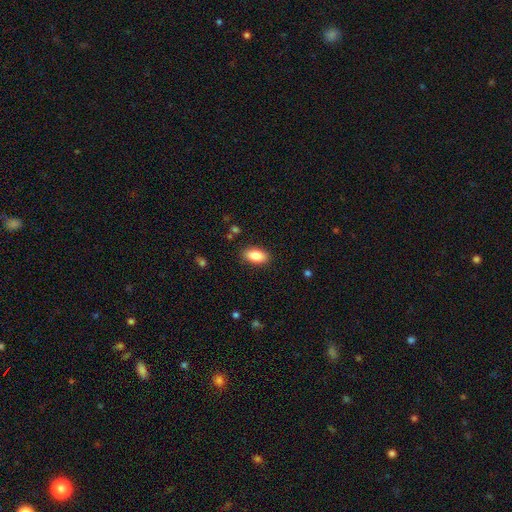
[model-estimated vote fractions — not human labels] Smooth or featured: smooth — 86% (star or artifact — 7%)
How rounded: in between — 92% (cigar-shaped — 5%)
Merging: none — 88% (minor disturbance — 9%)